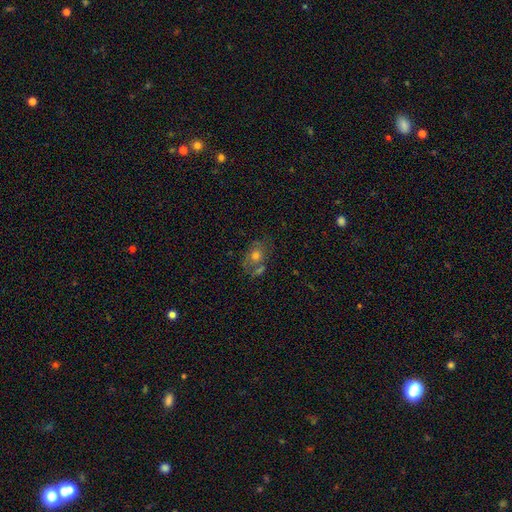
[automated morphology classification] Smooth or featured?
  - smooth: 46% *
  - featured or disk: 41%
  - star or artifact: 14%
Merging?
  - none: 47% *
  - merger: 25%
  - minor disturbance: 18%
  - major disturbance: 10%